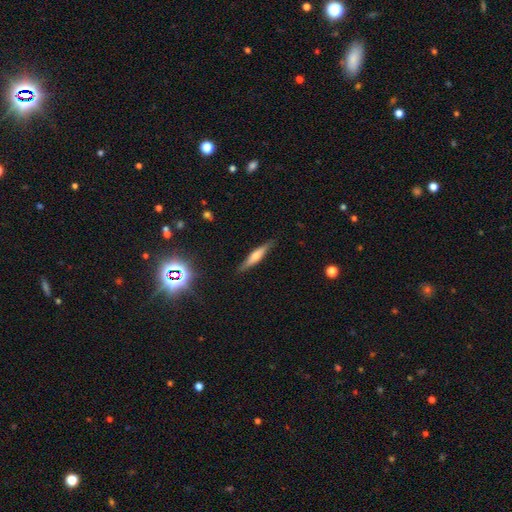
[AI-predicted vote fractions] Overall: featured or disk (49%; smooth 43%). Merging: none (86%).